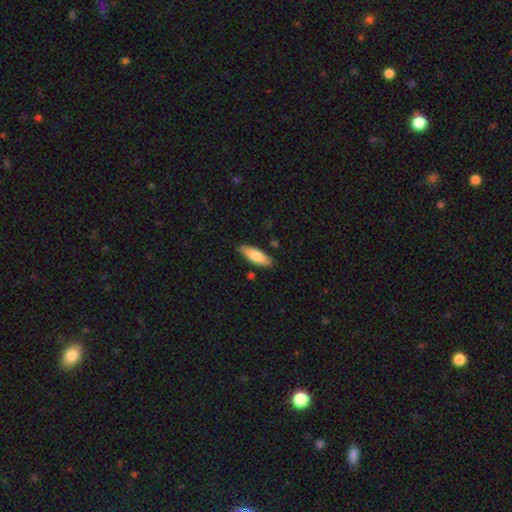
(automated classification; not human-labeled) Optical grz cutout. It shows a smooth galaxy with no disk features (77%) that is in between round and cigar-shaped (61%). Merging: none (85%).